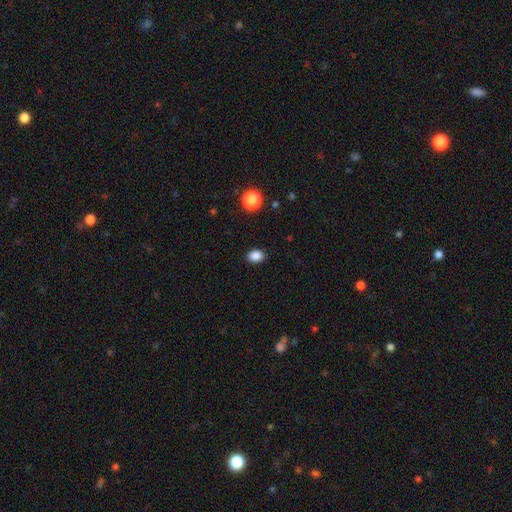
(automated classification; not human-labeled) Smooth or featured? Predicted: smooth (p=0.87). How rounded? Predicted: in between (p=0.65). Merging? Predicted: none (p=0.89).